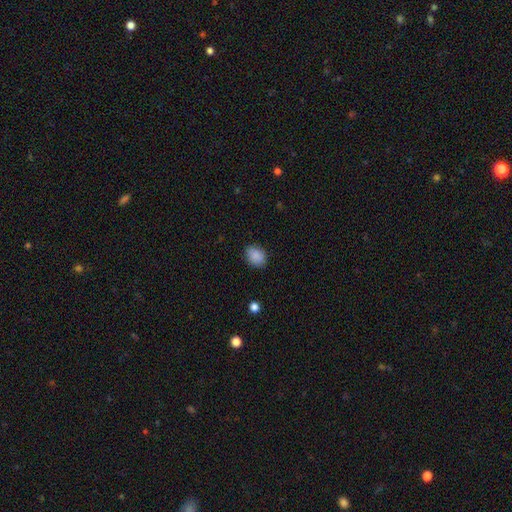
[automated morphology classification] smooth 89%, star or artifact 8%, featured or disk 4%. Down the decision tree: how rounded — in between (63%); merging — none (86%).